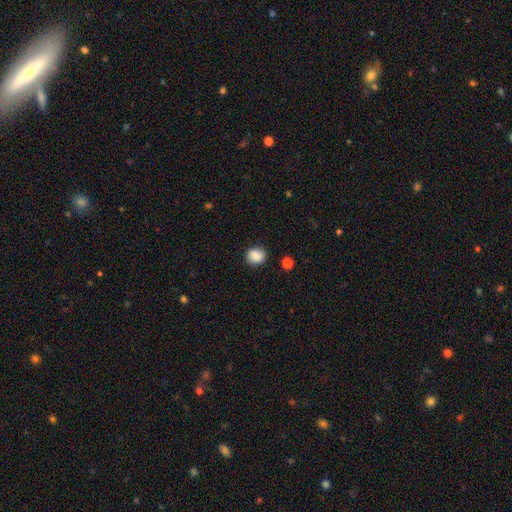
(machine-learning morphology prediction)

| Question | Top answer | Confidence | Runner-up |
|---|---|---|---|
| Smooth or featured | smooth | 86% | star or artifact (9%) |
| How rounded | round | 76% | in between (23%) |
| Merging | none | 84% | minor disturbance (11%) |